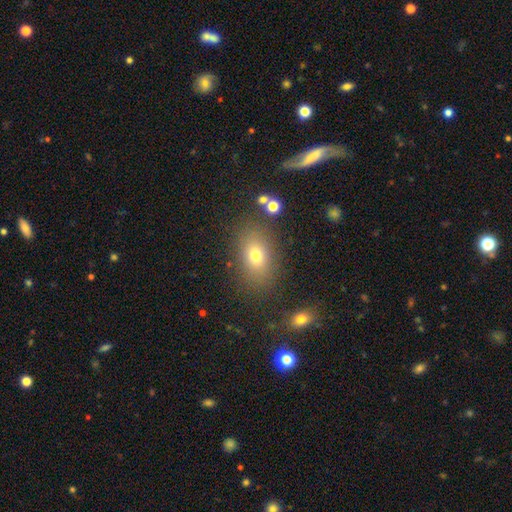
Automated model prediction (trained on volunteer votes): Smooth or featured? smooth (72%)
How rounded? in between (80%)
Merging? none (80%)